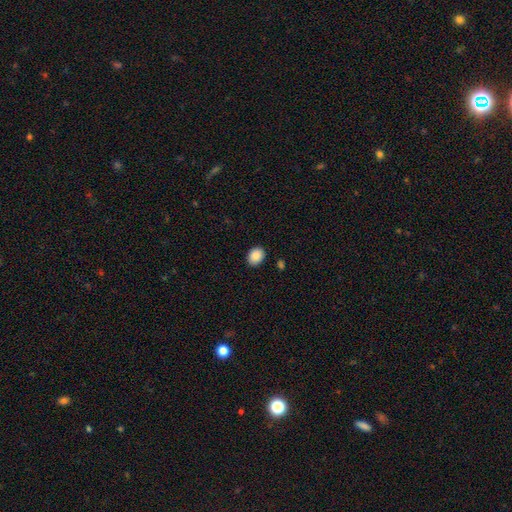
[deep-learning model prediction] Q: Smooth or featured?
A: smooth (89%); runner-up: star or artifact (8%)
Q: How rounded?
A: in between (53%); runner-up: round (46%)
Q: Merging?
A: none (88%); runner-up: minor disturbance (8%)